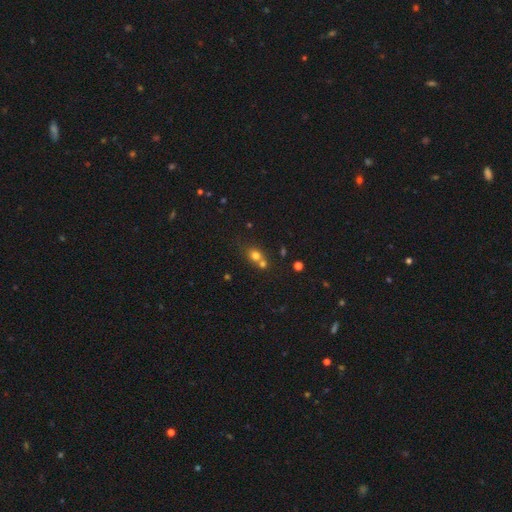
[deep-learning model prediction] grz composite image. It shows a smooth galaxy with no disk features (73%) that is round (69%). Merging: merger (46%).